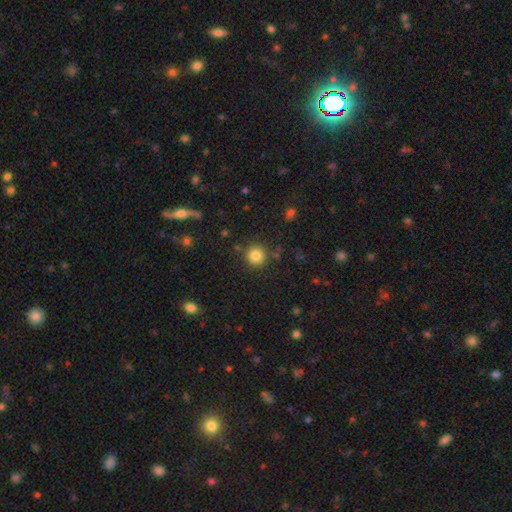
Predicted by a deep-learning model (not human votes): A smooth galaxy with no disk features (83%) that is round (93%).

Vote fractions:
- Smooth or featured? smooth: 83% / star or artifact: 11% / featured or disk: 5%
- How rounded? round: 93% / in between: 6% / cigar-shaped: 1%
- Merging? none: 86% / minor disturbance: 7% / merger: 3% / major disturbance: 3%